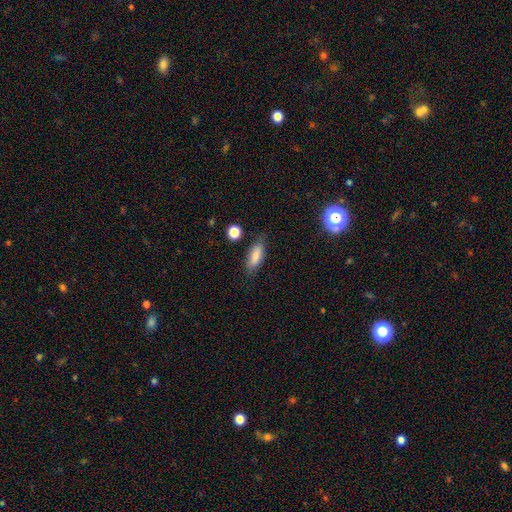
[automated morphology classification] smooth-or-featured: smooth: 81% | featured or disk: 11% | star or artifact: 8%
  how-rounded: in between: 67% | cigar-shaped: 30% | round: 3%
  merging: none: 77% | minor disturbance: 16% | major disturbance: 4% | merger: 3%